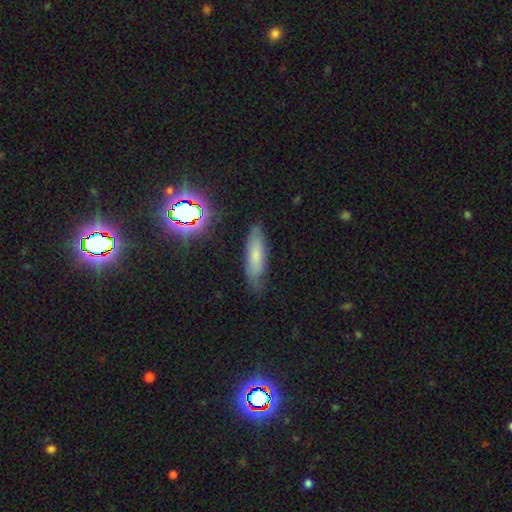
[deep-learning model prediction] Smooth or featured?
  - smooth: 63% *
  - featured or disk: 23%
  - star or artifact: 13%
How rounded?
  - cigar-shaped: 59% *
  - in between: 38%
  - round: 3%
Merging?
  - none: 74% *
  - minor disturbance: 20%
  - major disturbance: 4%
  - merger: 2%